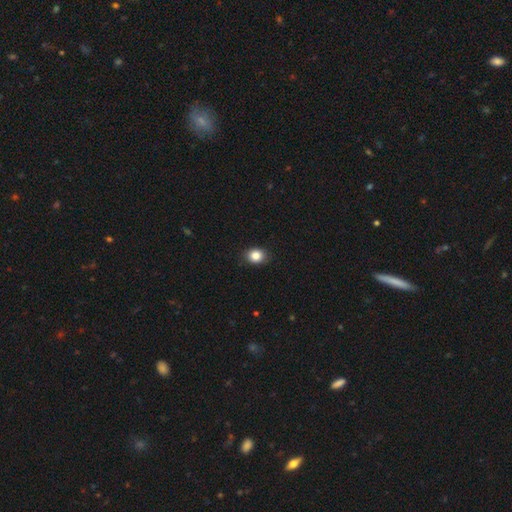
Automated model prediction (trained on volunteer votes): Smooth or featured?
  - smooth: 85% *
  - star or artifact: 10%
  - featured or disk: 5%
How rounded?
  - round: 60% *
  - in between: 39%
  - cigar-shaped: 1%
Merging?
  - none: 89% *
  - minor disturbance: 9%
  - major disturbance: 2%
  - merger: 1%